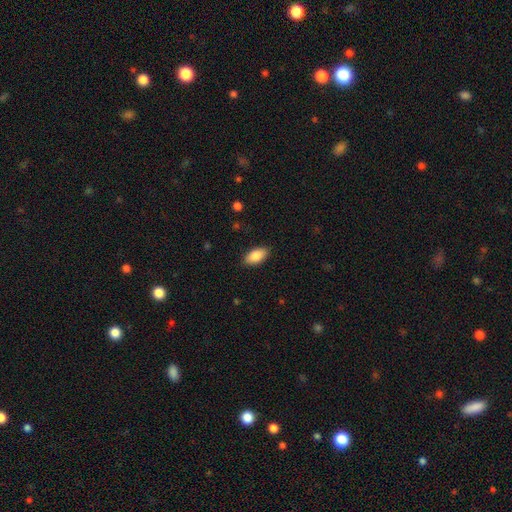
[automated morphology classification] Smooth or featured?
  - smooth: 86% *
  - featured or disk: 8%
  - star or artifact: 6%
How rounded?
  - in between: 92% *
  - cigar-shaped: 5%
  - round: 3%
Merging?
  - none: 88% *
  - minor disturbance: 9%
  - major disturbance: 2%
  - merger: 1%